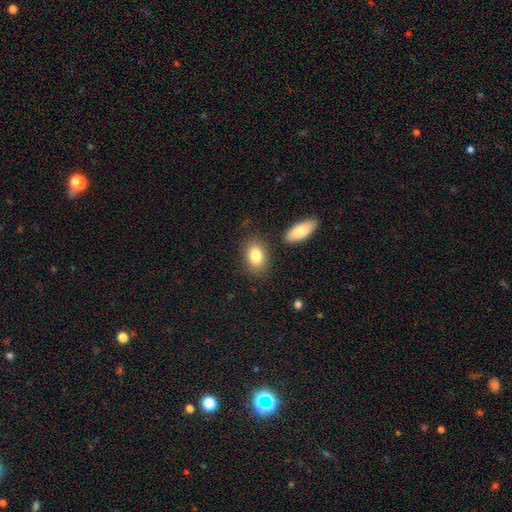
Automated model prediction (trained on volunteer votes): Q: Smooth or featured?
A: smooth (84%); runner-up: featured or disk (9%)
Q: How rounded?
A: in between (85%); runner-up: round (14%)
Q: Merging?
A: none (79%); runner-up: minor disturbance (11%)